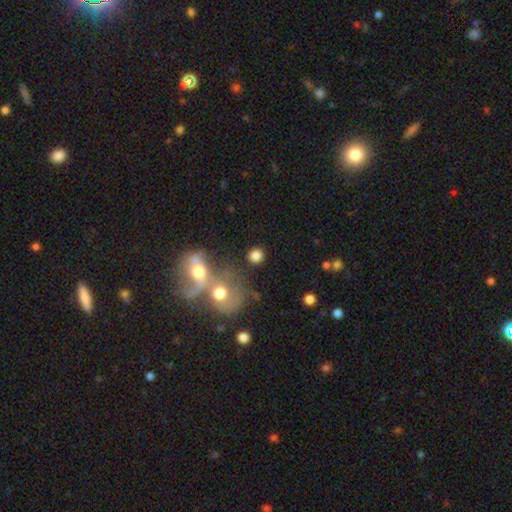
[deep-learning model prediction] Q: Smooth or featured?
A: smooth (78%); runner-up: featured or disk (11%)
Q: How rounded?
A: round (84%); runner-up: in between (15%)
Q: Merging?
A: none (66%); runner-up: merger (19%)